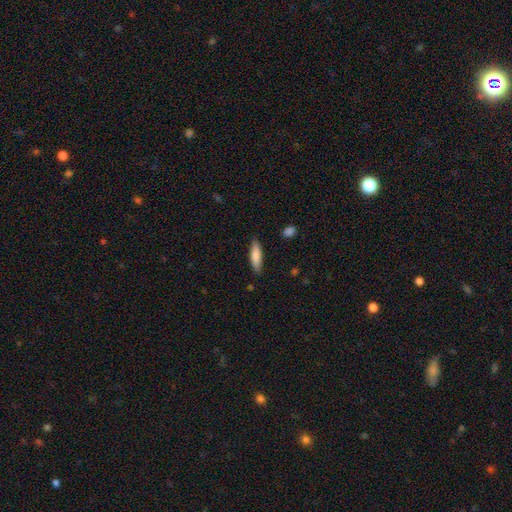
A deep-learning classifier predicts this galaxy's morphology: Smooth or featured? smooth (82%)
How rounded? cigar-shaped (69%)
Merging? none (87%)